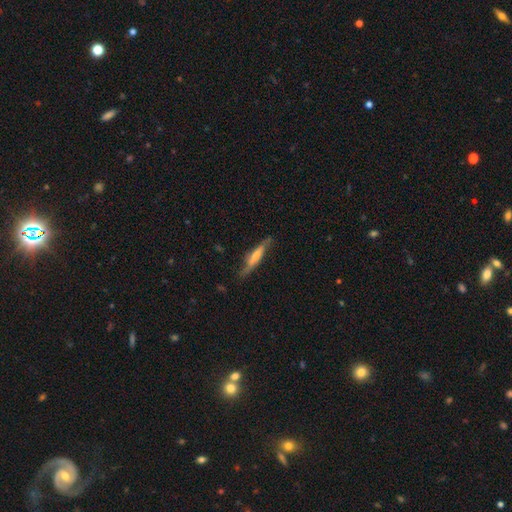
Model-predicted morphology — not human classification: Q: Smooth or featured?
A: featured or disk (59%); runner-up: smooth (35%)
Q: Edge-on disk?
A: yes (82%); runner-up: no (18%)
Q: Merging?
A: none (75%); runner-up: minor disturbance (19%)